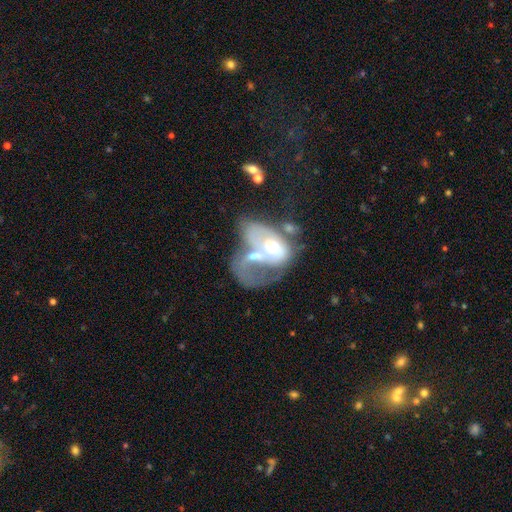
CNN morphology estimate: type=featured or disk (60%); edge-on=no (96%); bar=no (78%); spiral arms=no (64%); bulge=moderate (63%); merging=merger (65%).